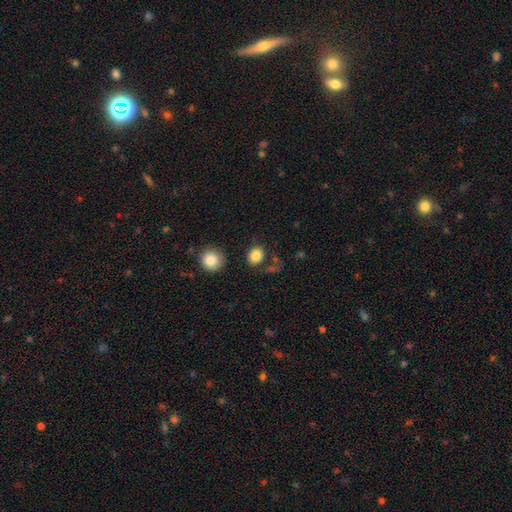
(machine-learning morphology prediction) smooth 84%, star or artifact 11%, featured or disk 6%. Down the decision tree: how rounded — round (64%); merging — none (79%).